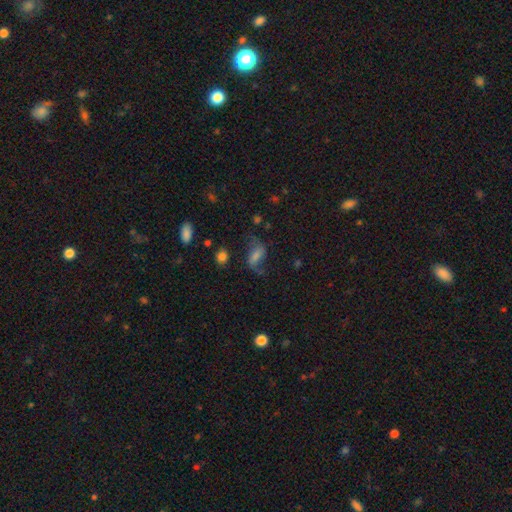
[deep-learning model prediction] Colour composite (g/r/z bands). It shows a featured or disk galaxy (53%). Merging: none (58%).